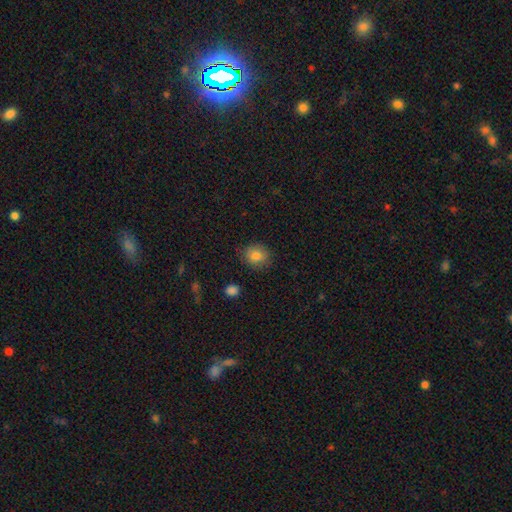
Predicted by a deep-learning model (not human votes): This appears to be a smooth galaxy with no disk features (83%) that is round (72%). Merging: none (84%).